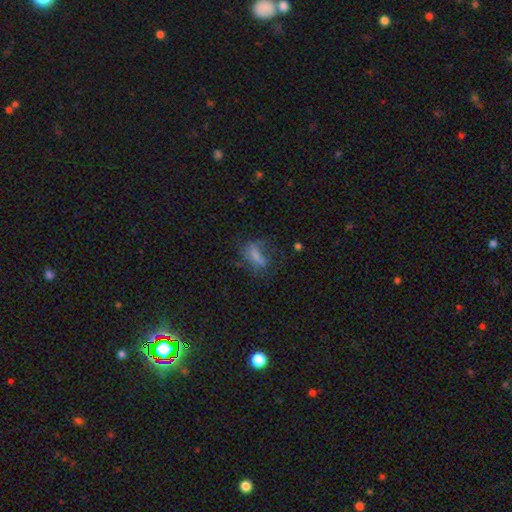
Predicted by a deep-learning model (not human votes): This appears to be a smooth galaxy with no disk features (58%) that is in between round and cigar-shaped (68%). Merging: none (39%).